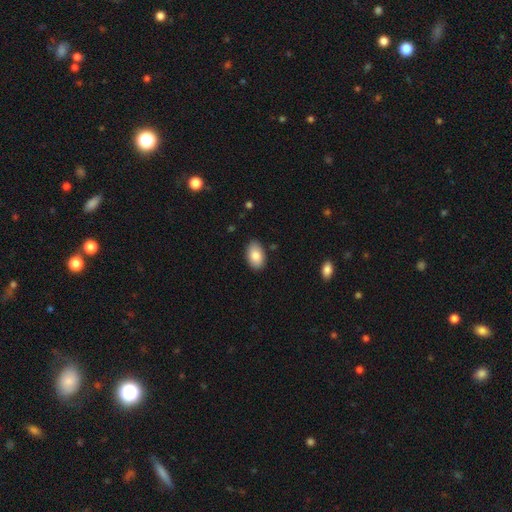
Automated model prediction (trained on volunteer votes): A smooth galaxy with no disk features (84%) that is in between round and cigar-shaped (93%). Merging: none (86%).